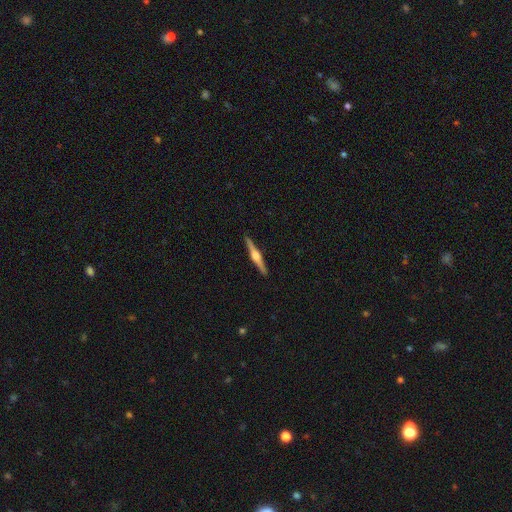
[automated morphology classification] Q: Smooth or featured?
A: featured or disk (77%); runner-up: smooth (18%)
Q: Edge-on disk?
A: yes (98%); runner-up: no (2%)
Q: Edge-on bulge?
A: rounded (85%); runner-up: boxy (11%)
Q: Merging?
A: none (92%); runner-up: minor disturbance (6%)